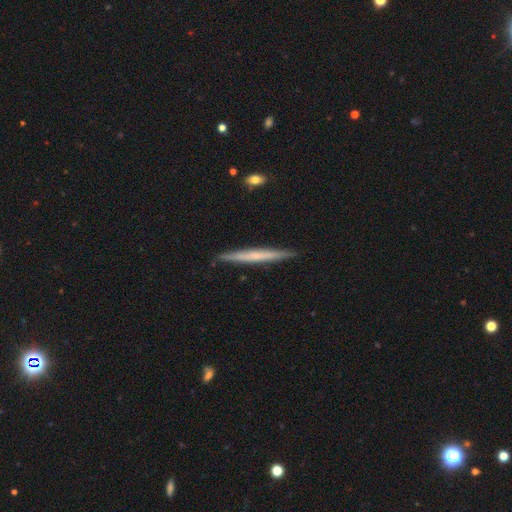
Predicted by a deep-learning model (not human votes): Overall: featured or disk (51%; smooth 43%). Edge-on disk: yes (96%). Merging: none (90%).